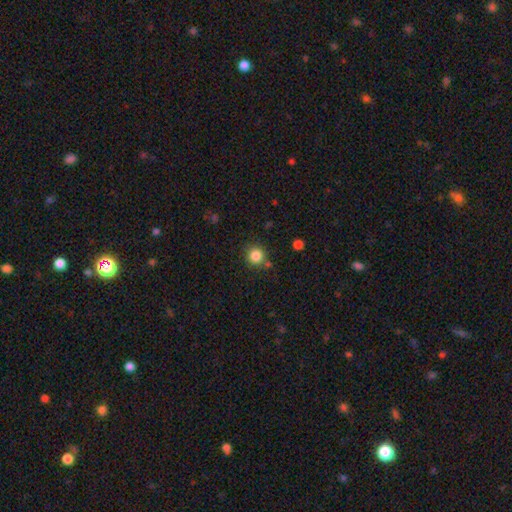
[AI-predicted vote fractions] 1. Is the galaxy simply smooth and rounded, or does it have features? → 84% smooth, 11% star or artifact, 5% featured or disk.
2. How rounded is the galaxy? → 93% round, 6% in between, 1% cigar-shaped.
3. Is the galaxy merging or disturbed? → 82% none, 9% minor disturbance, 6% merger, 3% major disturbance.